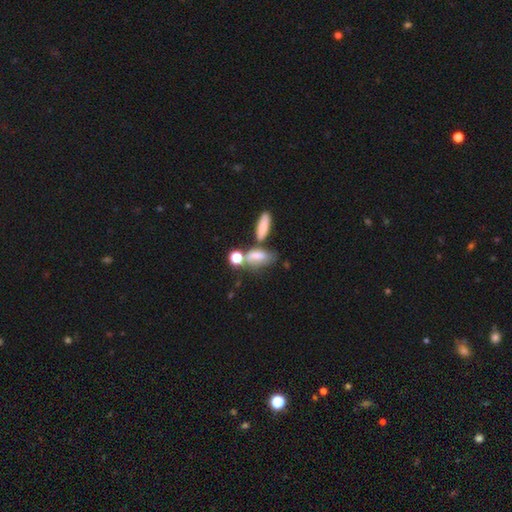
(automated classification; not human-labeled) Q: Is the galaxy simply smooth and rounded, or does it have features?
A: smooth — 61%.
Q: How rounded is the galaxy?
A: in between — 70%.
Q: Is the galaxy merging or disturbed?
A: none — 36%.